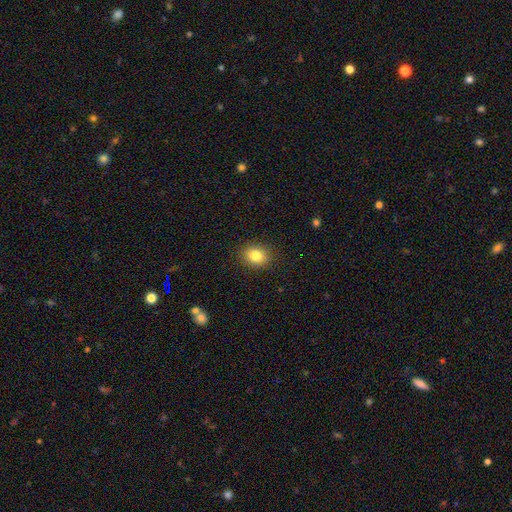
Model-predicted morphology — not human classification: smooth_or_featured: smooth (p=0.83) [alt: star or artifact p=0.10]
how_rounded: round (p=0.53) [alt: in between p=0.46]
merging: none (p=0.89) [alt: minor disturbance p=0.08]